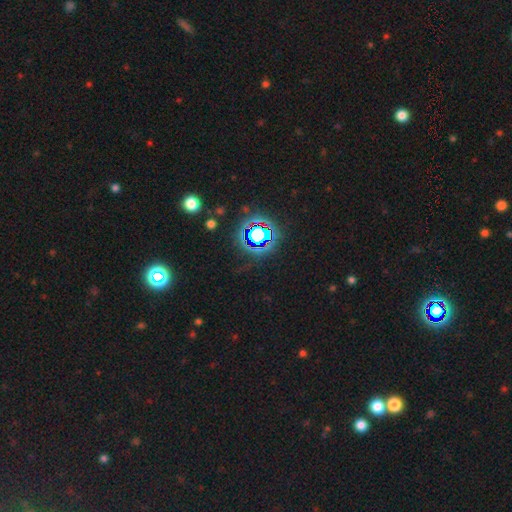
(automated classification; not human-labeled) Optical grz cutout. It shows a star or artifact, not a galaxy (78%).